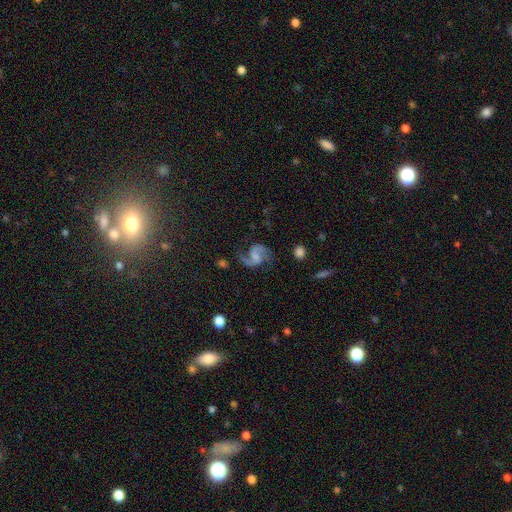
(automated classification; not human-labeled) A featured or disk galaxy (87%) with a weak bar (48%), 2 (93%) loose (48%) spiral arms (97%) and no central bulge (48%). Merging: none (72%).